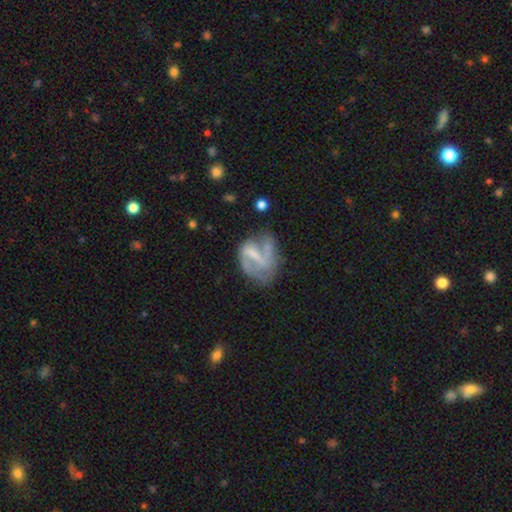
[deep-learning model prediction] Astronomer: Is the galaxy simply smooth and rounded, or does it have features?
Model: featured or disk — 70%.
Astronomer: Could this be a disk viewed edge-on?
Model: no — 97%.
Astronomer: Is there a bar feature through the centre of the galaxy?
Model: strong — 44% (runner-up: weak, 38%).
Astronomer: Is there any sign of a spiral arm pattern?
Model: yes — 71%.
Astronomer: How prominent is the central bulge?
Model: none — 49% (runner-up: small, 29%).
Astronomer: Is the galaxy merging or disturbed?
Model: none — 41% (runner-up: major disturbance, 28%).